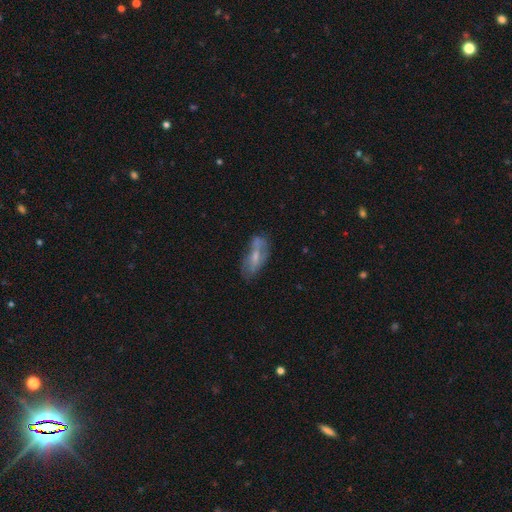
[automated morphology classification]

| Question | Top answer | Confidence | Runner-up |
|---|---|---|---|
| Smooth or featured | featured or disk | 46% | smooth (45%) |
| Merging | none | 54% | minor disturbance (24%) |